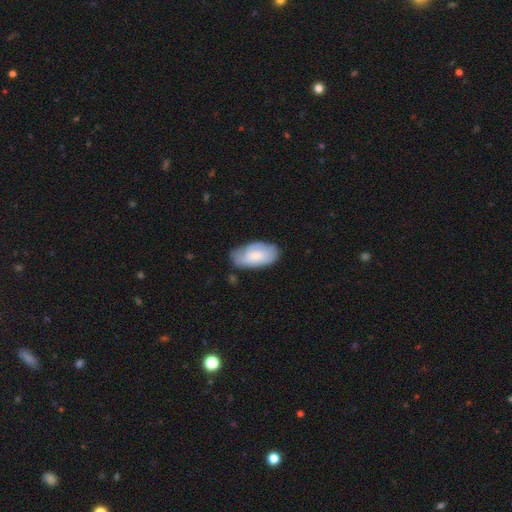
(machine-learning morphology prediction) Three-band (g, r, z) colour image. It shows a smooth galaxy with no disk features (62%) that is in between round and cigar-shaped (94%). Merging: none (60%).